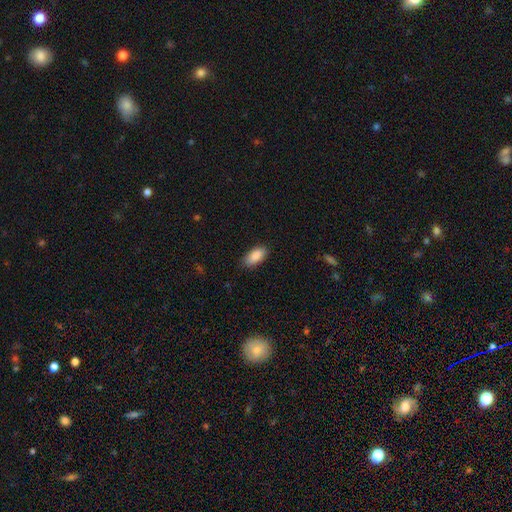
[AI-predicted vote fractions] A smooth galaxy with no disk features (88%) that is in between round and cigar-shaped (91%). Merging: none (85%).